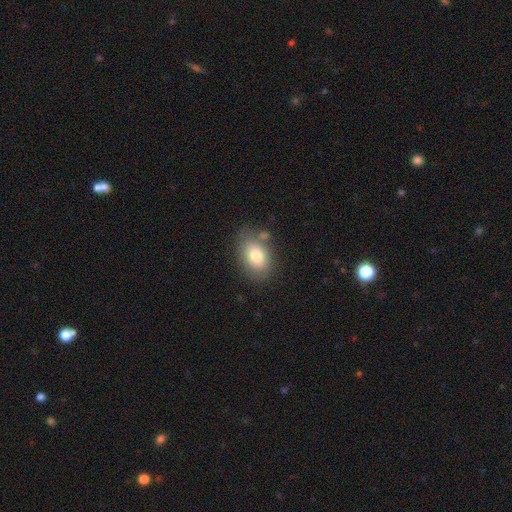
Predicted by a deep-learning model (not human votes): Smooth or featured: smooth — 77% (featured or disk — 14%)
How rounded: in between — 81% (round — 18%)
Merging: none — 71% (minor disturbance — 17%)